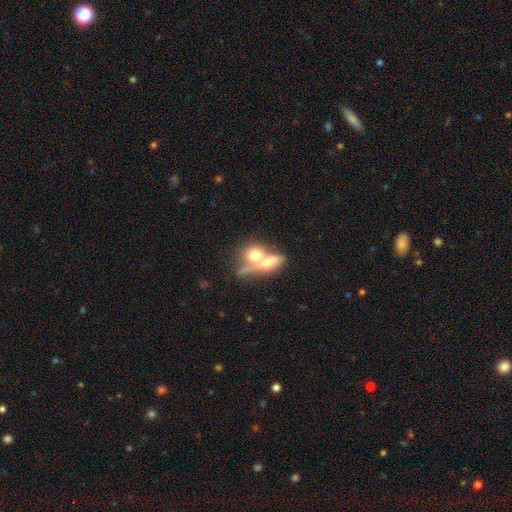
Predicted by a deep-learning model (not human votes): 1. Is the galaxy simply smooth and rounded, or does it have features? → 63% smooth, 28% featured or disk, 9% star or artifact.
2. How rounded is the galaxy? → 47% round, 40% in between, 13% cigar-shaped.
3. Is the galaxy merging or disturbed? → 65% merger, 22% none, 7% minor disturbance, 6% major disturbance.